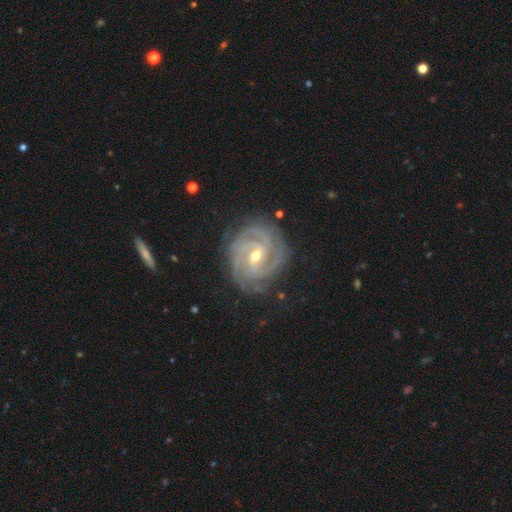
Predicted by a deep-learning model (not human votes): Smooth or featured: featured or disk — 92% (star or artifact — 5%)
Edge-on disk: no — 98% (yes — 2%)
Bar: weak — 47% (strong — 27%)
Spiral arms: yes — 99% (no — 1%)
Spiral winding: tight — 77% (medium — 21%)
Spiral arm count: 3 — 37% (4 — 21%)
Bulge size: moderate — 52% (small — 46%)
Merging: none — 81% (minor disturbance — 14%)